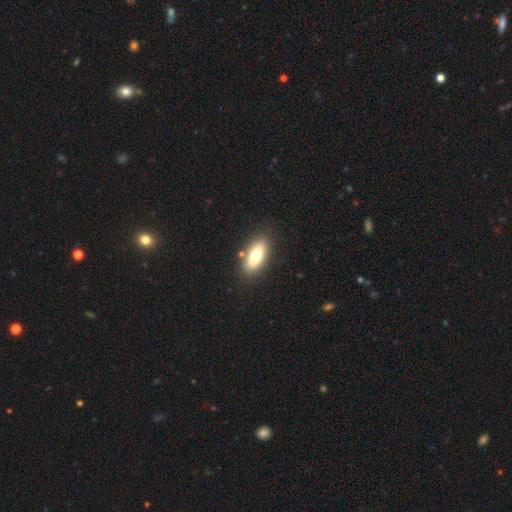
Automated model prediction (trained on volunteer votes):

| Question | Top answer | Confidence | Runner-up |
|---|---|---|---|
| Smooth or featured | smooth | 70% | featured or disk (22%) |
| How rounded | in between | 77% | cigar-shaped (21%) |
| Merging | none | 78% | minor disturbance (12%) |